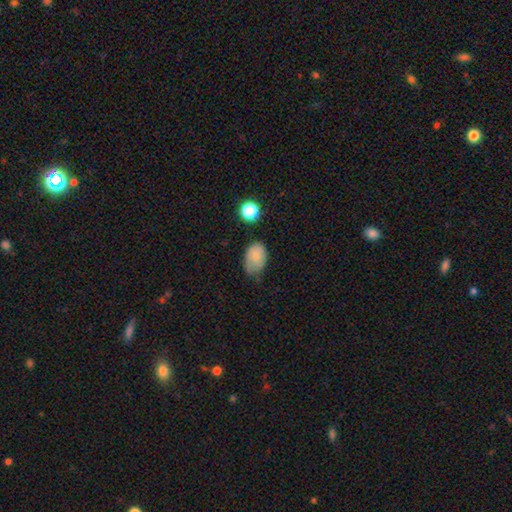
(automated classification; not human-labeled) This appears to be a smooth galaxy with no disk features (75%) that is in between round and cigar-shaped (81%). Merging: none (46%).